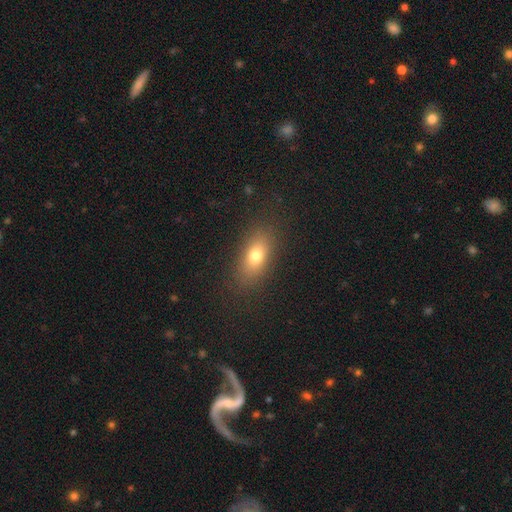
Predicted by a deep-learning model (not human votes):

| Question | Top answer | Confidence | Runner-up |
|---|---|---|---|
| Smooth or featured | smooth | 74% | featured or disk (15%) |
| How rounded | in between | 78% | cigar-shaped (12%) |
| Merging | none | 85% | minor disturbance (10%) |